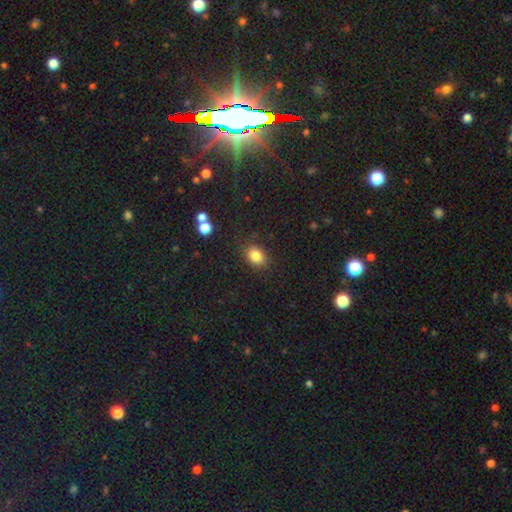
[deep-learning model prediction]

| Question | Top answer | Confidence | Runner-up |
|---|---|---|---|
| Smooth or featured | smooth | 84% | star or artifact (11%) |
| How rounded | in between | 66% | round (33%) |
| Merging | none | 84% | minor disturbance (11%) |